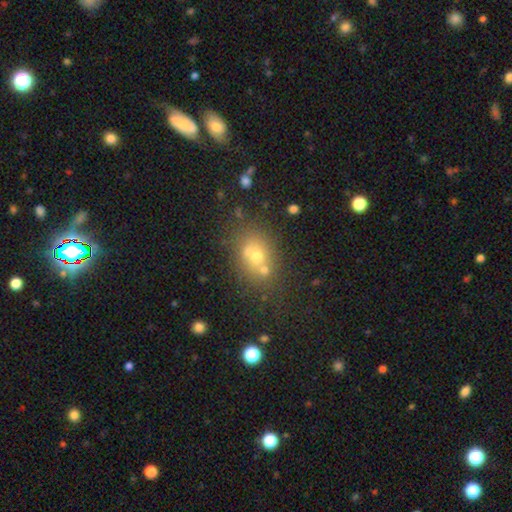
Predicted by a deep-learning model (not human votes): smooth_or_featured: smooth (p=0.58) [alt: featured or disk p=0.24]
how_rounded: round (p=0.52) [alt: in between p=0.47]
merging: none (p=0.49) [alt: merger p=0.35]